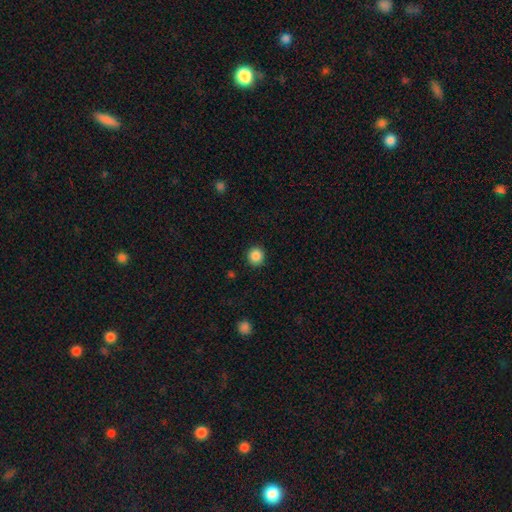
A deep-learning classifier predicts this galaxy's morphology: A smooth galaxy with no disk features (87%) that is round (93%). Merging: none (92%).